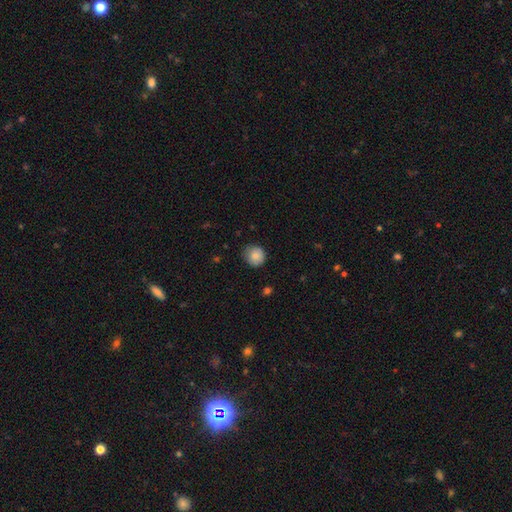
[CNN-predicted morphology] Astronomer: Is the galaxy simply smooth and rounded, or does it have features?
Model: smooth — 86%.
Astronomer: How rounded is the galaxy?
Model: round — 87%.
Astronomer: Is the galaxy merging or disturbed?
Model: none — 77%.